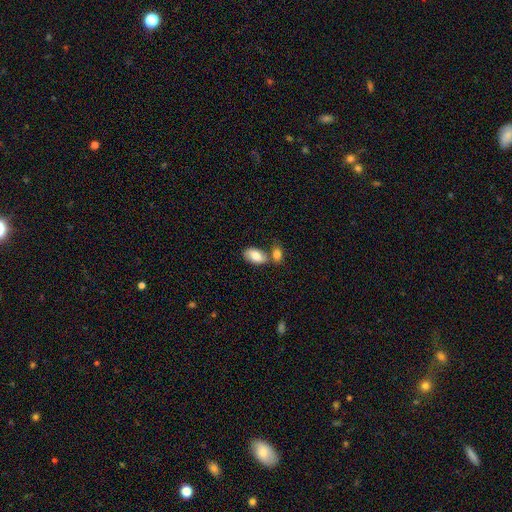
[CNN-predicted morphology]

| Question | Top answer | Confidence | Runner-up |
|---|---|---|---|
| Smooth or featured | smooth | 77% | featured or disk (16%) |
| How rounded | in between | 93% | round (5%) |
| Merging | none | 44% | merger (38%) |